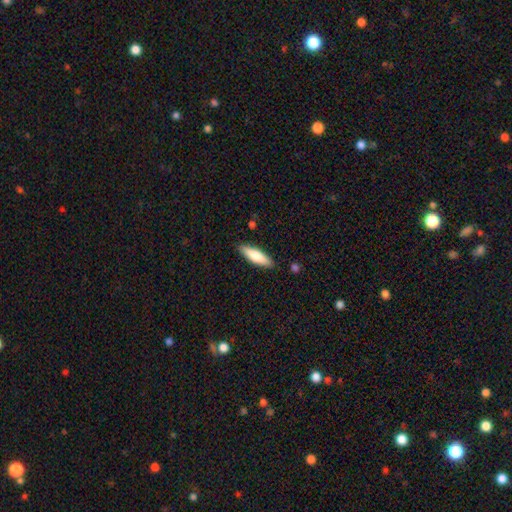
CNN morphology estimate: smooth 78%, featured or disk 17%, star or artifact 5%. Down the decision tree: how rounded — cigar-shaped (57%); merging — none (87%).